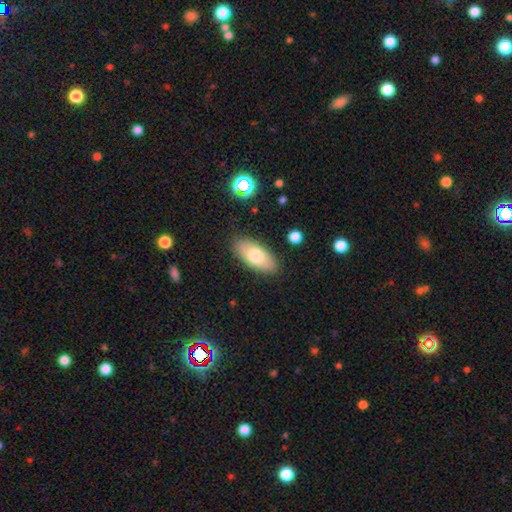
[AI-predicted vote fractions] This appears to be a smooth galaxy with no disk features (74%) that is in between round and cigar-shaped (88%). Merging: none (86%).